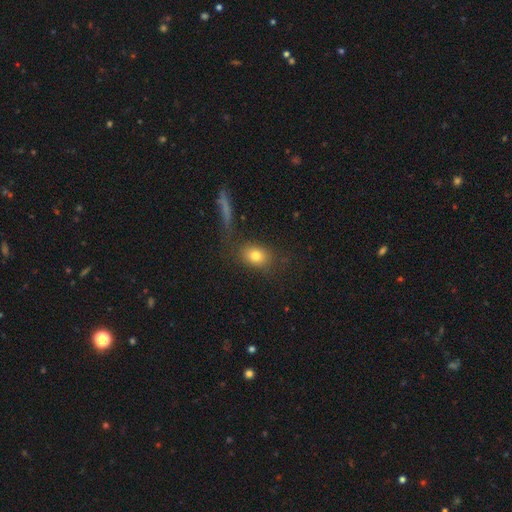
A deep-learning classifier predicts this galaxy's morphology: smooth-or-featured: smooth: 78% | star or artifact: 11% | featured or disk: 11%
  how-rounded: in between: 59% | round: 38% | cigar-shaped: 3%
  merging: none: 74% | minor disturbance: 12% | merger: 7% | major disturbance: 7%